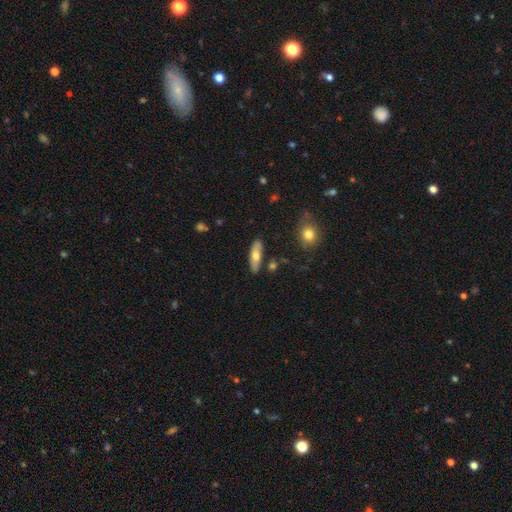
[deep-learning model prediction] Smooth or featured: smooth — 64% (featured or disk — 30%)
How rounded: in between — 52% (cigar-shaped — 46%)
Merging: none — 84% (minor disturbance — 11%)